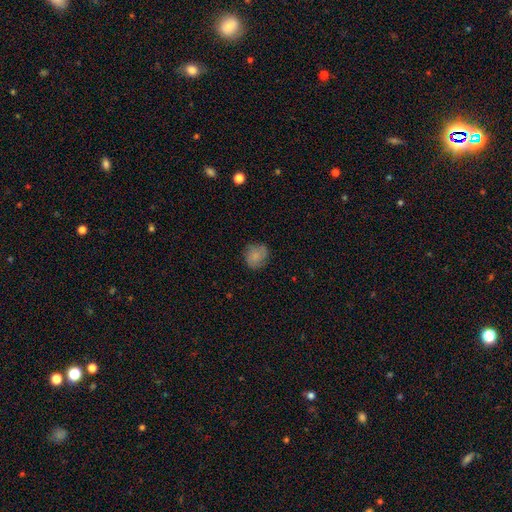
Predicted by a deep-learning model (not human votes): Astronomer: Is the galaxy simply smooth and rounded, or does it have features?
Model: smooth — 68%.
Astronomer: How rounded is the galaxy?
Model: round — 78%.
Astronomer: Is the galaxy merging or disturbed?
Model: none — 77%.